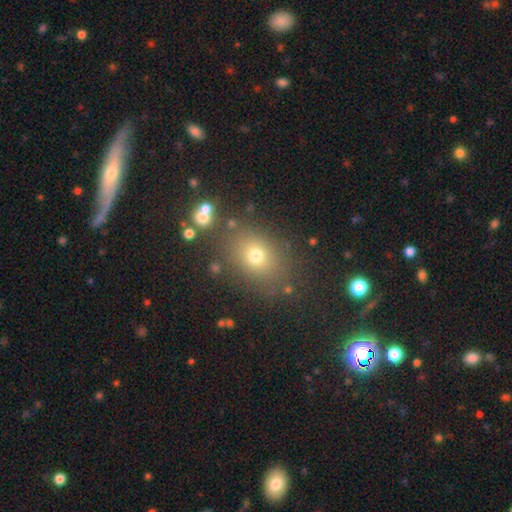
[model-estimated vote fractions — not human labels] Smooth or featured? Predicted: smooth (p=0.71). How rounded? Predicted: in between (p=0.54). Merging? Predicted: none (p=0.80).